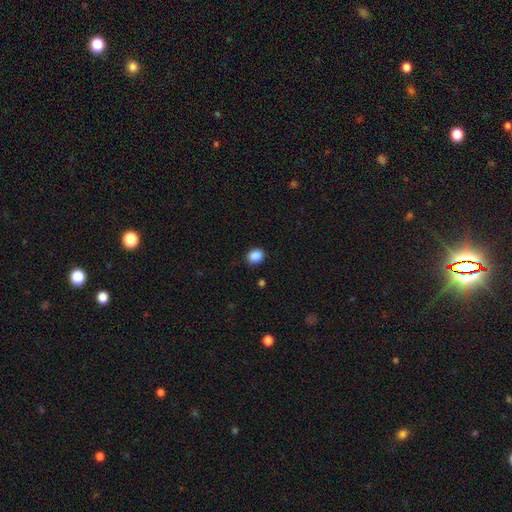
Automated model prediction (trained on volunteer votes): smooth 88%, star or artifact 9%, featured or disk 2%. Down the decision tree: how rounded — round (61%); merging — none (88%).